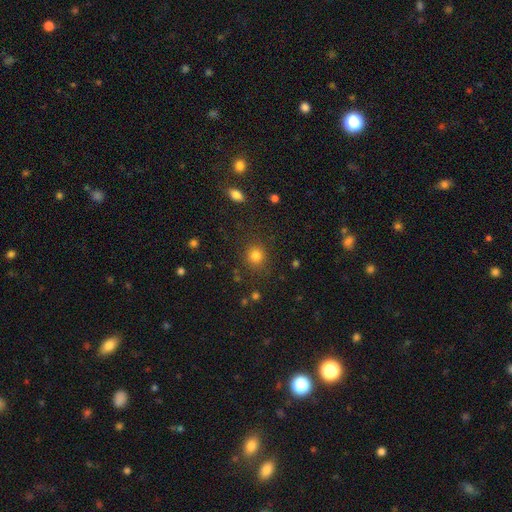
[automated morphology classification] This is clearly a smooth galaxy (82%). How rounded: clearly round (86%). Merging: clearly none (83%).